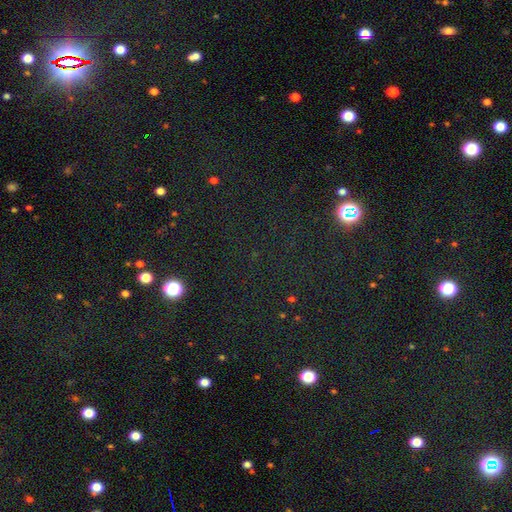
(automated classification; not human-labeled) The model was most divided on "smooth or featured": star or artifact: 79%, smooth: 14%, featured or disk: 7%.